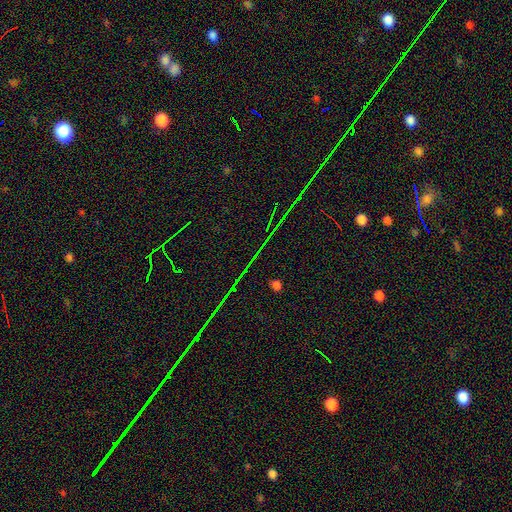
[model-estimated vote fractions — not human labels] A star or artifact, not a galaxy (76%).

Vote fractions:
- Smooth or featured? star or artifact: 76% / smooth: 14% / featured or disk: 10%